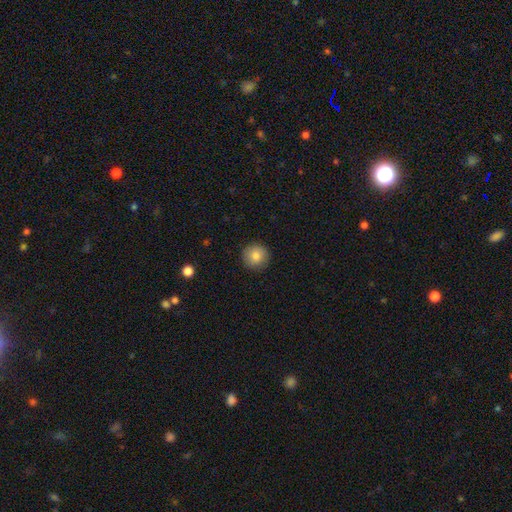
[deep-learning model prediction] A smooth galaxy with no disk features (84%) that is round (95%). Merging: none (91%).